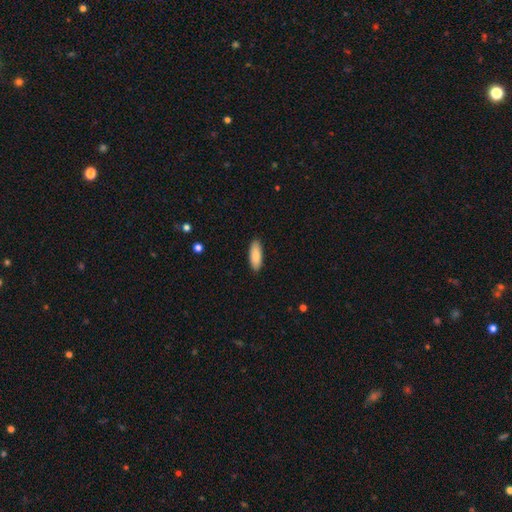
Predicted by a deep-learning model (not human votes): Smooth or featured: smooth — 89% (featured or disk — 6%)
How rounded: in between — 69% (cigar-shaped — 29%)
Merging: none — 90% (minor disturbance — 8%)